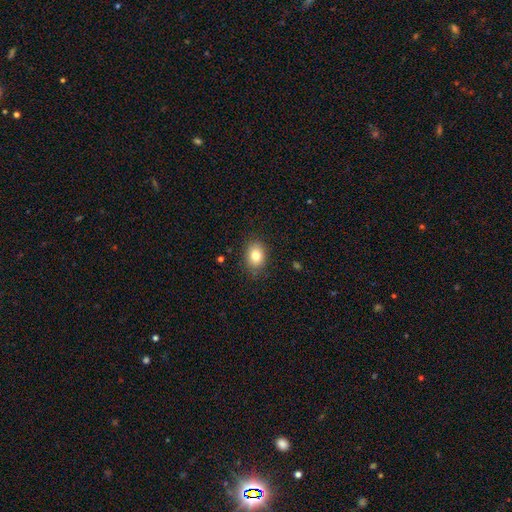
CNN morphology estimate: smooth-or-featured: smooth: 82% | star or artifact: 9% | featured or disk: 9%
  how-rounded: in between: 67% | round: 32% | cigar-shaped: 1%
  merging: none: 85% | minor disturbance: 11% | major disturbance: 3% | merger: 1%